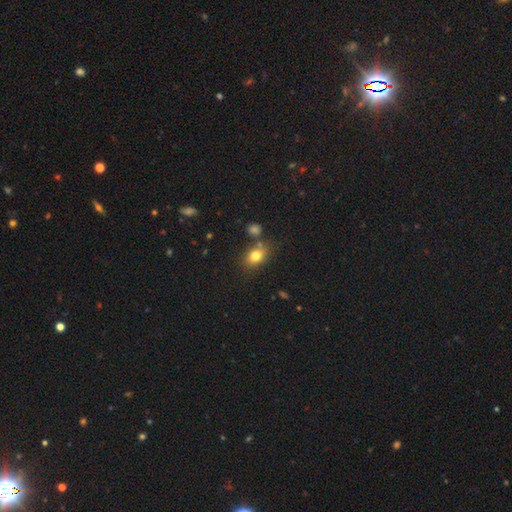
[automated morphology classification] smooth 78%, star or artifact 11%, featured or disk 10%. Down the decision tree: how rounded — in between (68%); merging — none (68%).